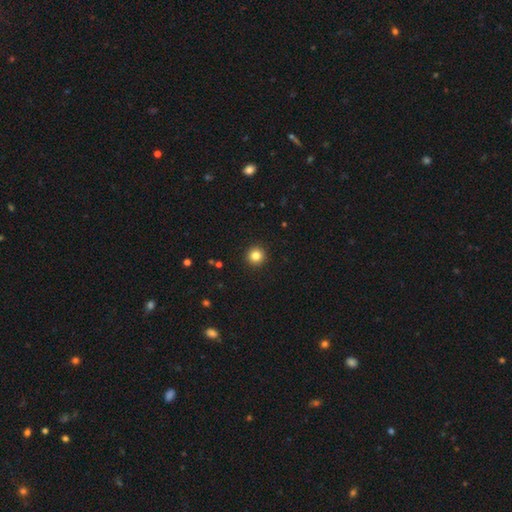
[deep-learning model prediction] Smooth or featured?
  - smooth: 83% *
  - star or artifact: 11%
  - featured or disk: 5%
How rounded?
  - round: 96% *
  - in between: 3%
  - cigar-shaped: 1%
Merging?
  - none: 93% *
  - minor disturbance: 4%
  - major disturbance: 1%
  - merger: 1%